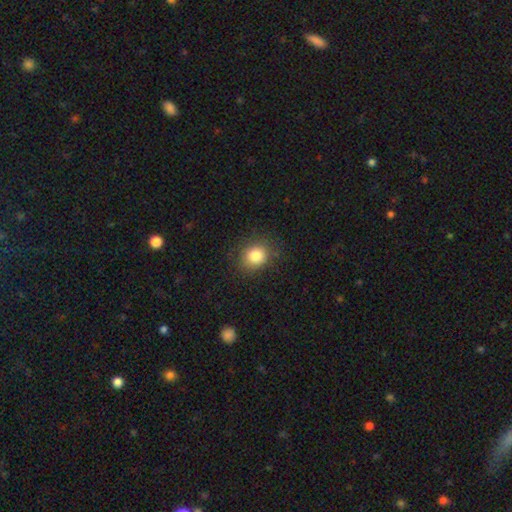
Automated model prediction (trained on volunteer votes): Q: Smooth or featured?
A: smooth (83%); runner-up: star or artifact (11%)
Q: How rounded?
A: round (75%); runner-up: in between (24%)
Q: Merging?
A: none (83%); runner-up: minor disturbance (12%)